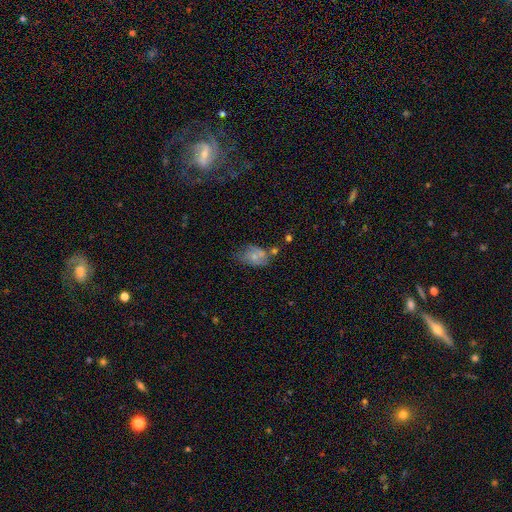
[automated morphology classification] type=smooth (60%); roundness=in between (83%); merging=none (36%).